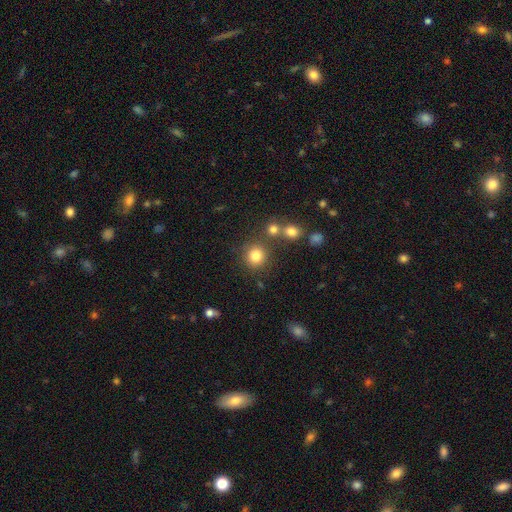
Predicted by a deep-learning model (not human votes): Smooth or featured?
  - smooth: 81% *
  - star or artifact: 13%
  - featured or disk: 6%
How rounded?
  - round: 90% *
  - in between: 9%
  - cigar-shaped: 1%
Merging?
  - none: 77% *
  - merger: 11%
  - minor disturbance: 8%
  - major disturbance: 4%